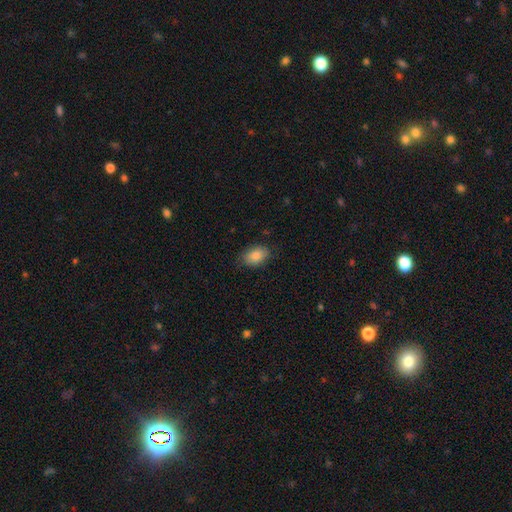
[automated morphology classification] smooth-or-featured: smooth: 87% | star or artifact: 7% | featured or disk: 6%
  how-rounded: in between: 88% | round: 10% | cigar-shaped: 1%
  merging: none: 80% | minor disturbance: 15% | major disturbance: 4% | merger: 1%